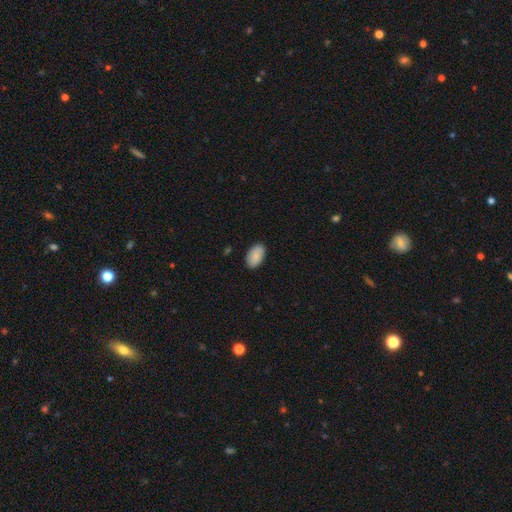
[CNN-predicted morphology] This is clearly a smooth galaxy (88%). How rounded: clearly in between (94%). Merging: clearly none (88%).